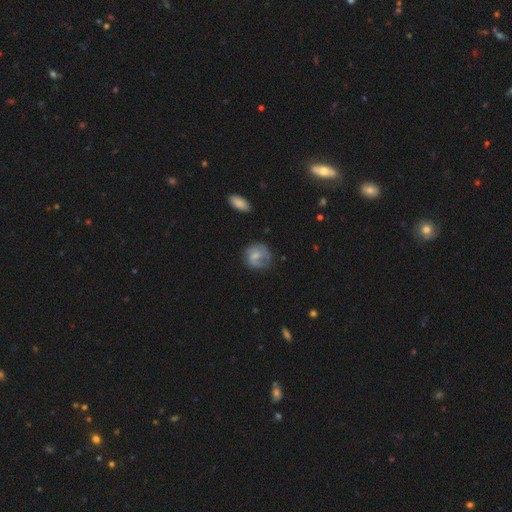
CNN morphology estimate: A smooth galaxy with no disk features (48%). Merging: none (63%).